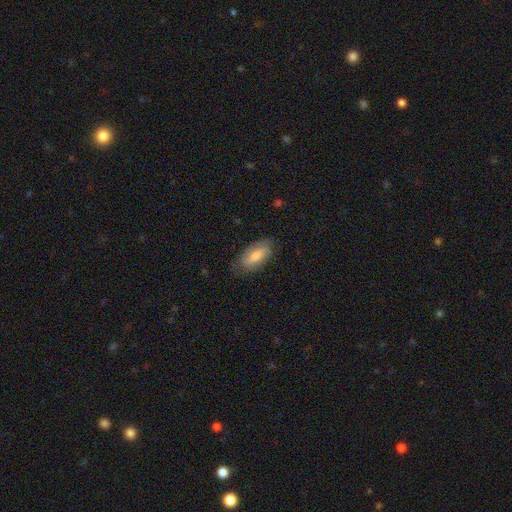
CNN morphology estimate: A smooth galaxy with no disk features (59%) that is in between round and cigar-shaped (83%). Merging: none (78%).